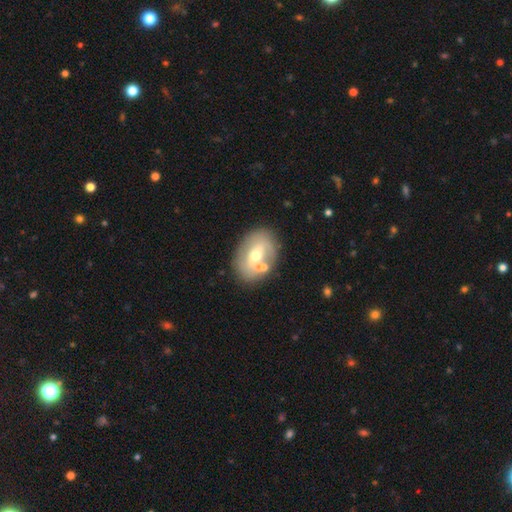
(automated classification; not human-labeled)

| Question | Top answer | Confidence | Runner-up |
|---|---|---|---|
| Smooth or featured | featured or disk | 51% | smooth (40%) |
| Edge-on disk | no | 89% | yes (11%) |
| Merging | none | 68% | minor disturbance (13%) |